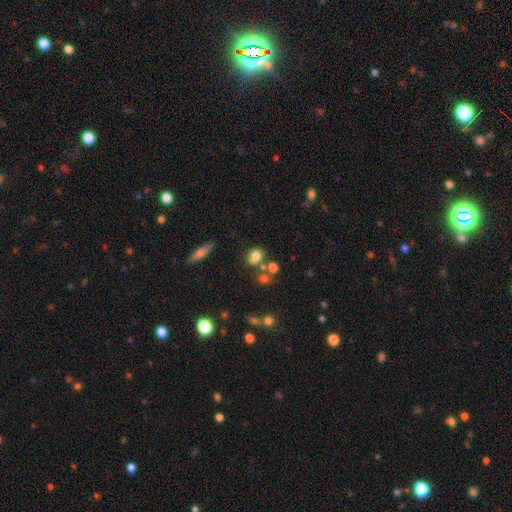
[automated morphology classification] Smooth or featured? smooth (78%)
How rounded? round (52%)
Merging? none (61%)